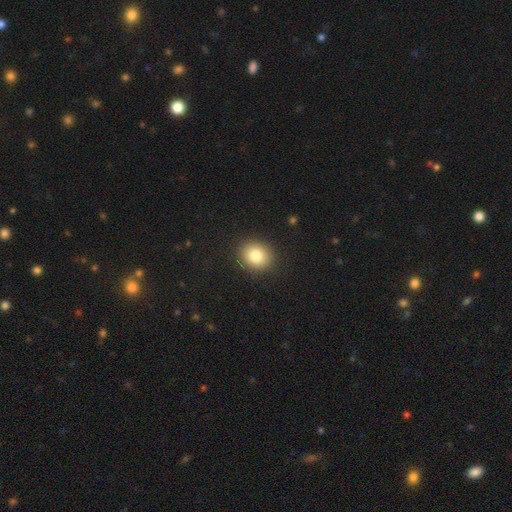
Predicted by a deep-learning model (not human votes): A smooth galaxy with no disk features (82%) that is round (71%).

Vote fractions:
- Smooth or featured? smooth: 82% / star or artifact: 9% / featured or disk: 8%
- How rounded? round: 71% / in between: 28% / cigar-shaped: 1%
- Merging? none: 90% / minor disturbance: 6% / major disturbance: 2% / merger: 1%